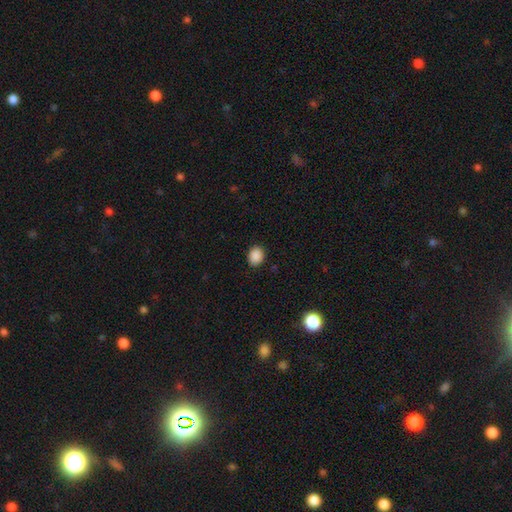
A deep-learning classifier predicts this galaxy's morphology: A smooth galaxy with no disk features (89%) that is in between round and cigar-shaped (52%). Merging: none (89%).